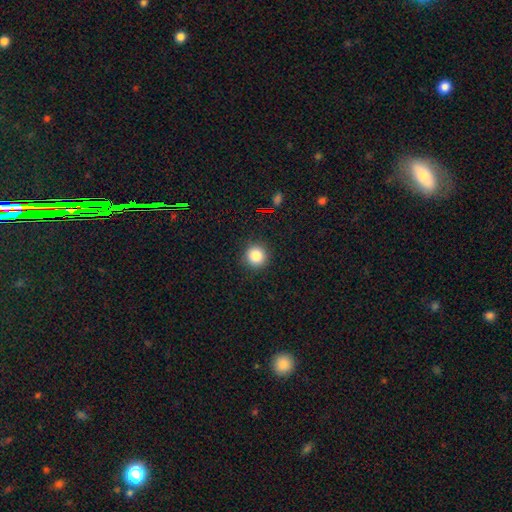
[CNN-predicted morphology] Smooth or featured: smooth — 83% (star or artifact — 12%)
How rounded: round — 94% (in between — 5%)
Merging: none — 90% (minor disturbance — 6%)